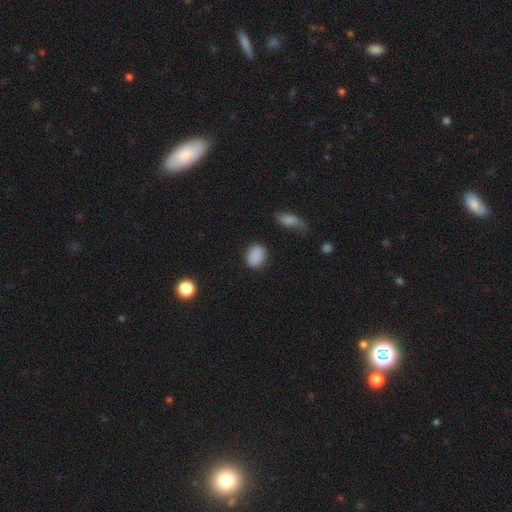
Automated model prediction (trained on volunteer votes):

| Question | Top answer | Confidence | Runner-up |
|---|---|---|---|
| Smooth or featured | smooth | 87% | star or artifact (9%) |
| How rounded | in between | 60% | round (38%) |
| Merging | none | 84% | minor disturbance (11%) |